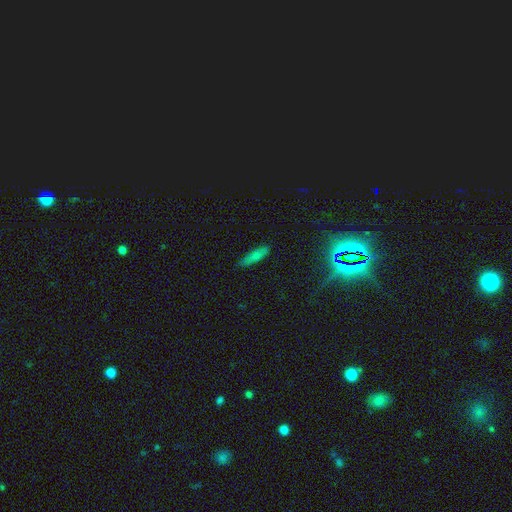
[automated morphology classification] smooth-or-featured: smooth: 75% | featured or disk: 15% | star or artifact: 10%
  how-rounded: cigar-shaped: 68% | in between: 30% | round: 2%
  merging: none: 83% | minor disturbance: 13% | major disturbance: 3% | merger: 2%